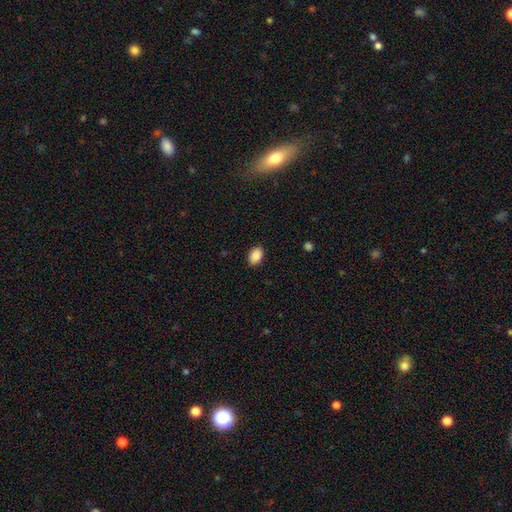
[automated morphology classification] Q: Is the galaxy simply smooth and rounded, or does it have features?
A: smooth — 90%.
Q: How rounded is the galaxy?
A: in between — 86%.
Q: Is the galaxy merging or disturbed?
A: none — 89%.